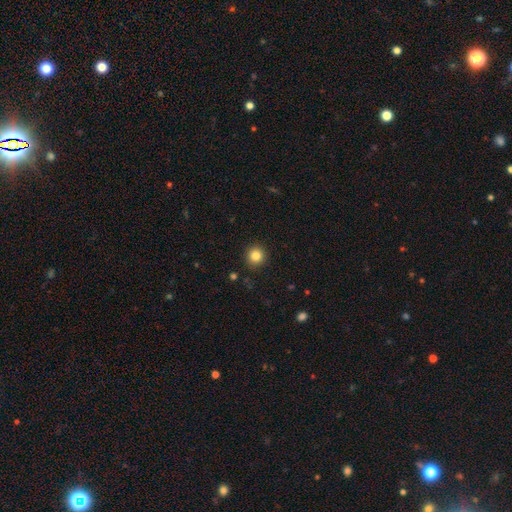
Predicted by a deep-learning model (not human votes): This appears to be a smooth galaxy with no disk features (85%) that is round (94%). Merging: none (92%).